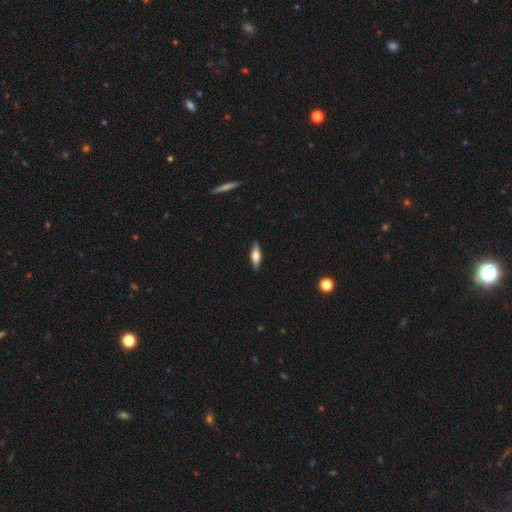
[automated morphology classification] Q: Smooth or featured?
A: smooth (50%); runner-up: featured or disk (44%)
Q: Merging?
A: none (89%); runner-up: minor disturbance (8%)